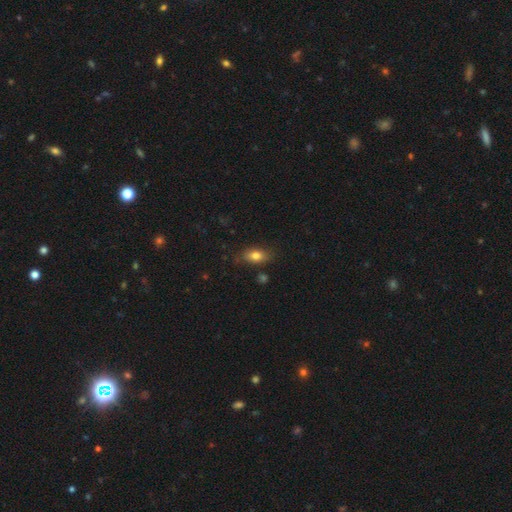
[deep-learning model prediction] A smooth galaxy with no disk features (81%) that is in between round and cigar-shaped (85%). Merging: none (80%).